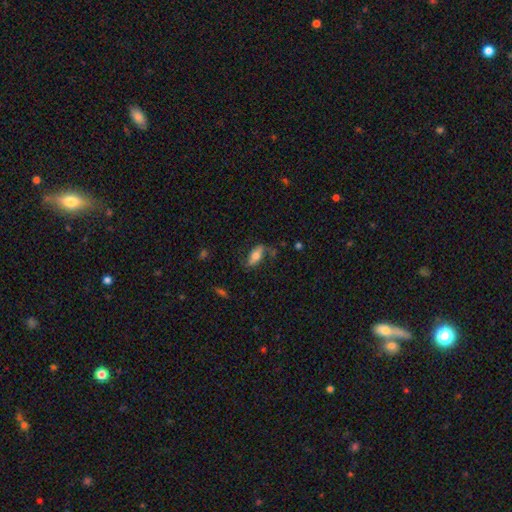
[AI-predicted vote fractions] smooth-or-featured: smooth: 56% | featured or disk: 37% | star or artifact: 7%
  how-rounded: in between: 72% | cigar-shaped: 25% | round: 3%
  merging: none: 68% | minor disturbance: 21% | major disturbance: 8% | merger: 2%